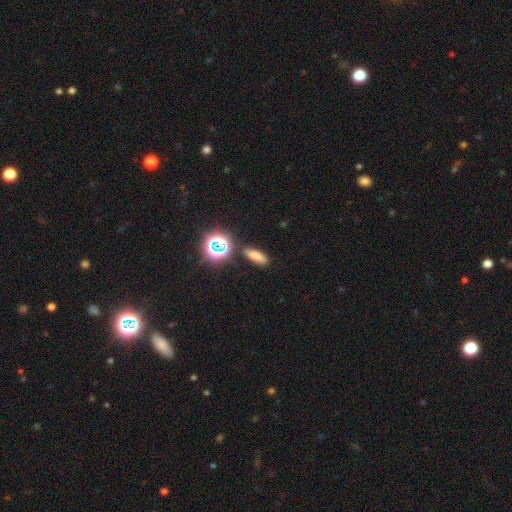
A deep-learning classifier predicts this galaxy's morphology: Smooth or featured? Predicted: smooth (p=0.66). How rounded? Predicted: in between (p=0.49). Merging? Predicted: none (p=0.83).